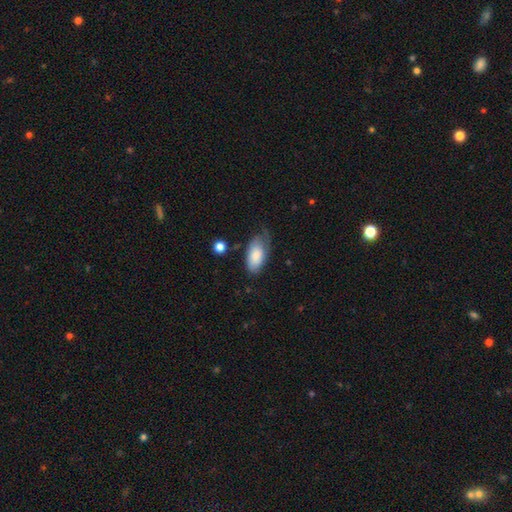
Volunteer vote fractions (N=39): Smooth or featured?
  - smooth: 77% *
  - featured or disk: 21%
  - star or artifact: 3%
How rounded?
  - in between: 87% *
  - round: 7%
  - cigar-shaped: 7%
Merging?
  - minor disturbance: 39% *
  - none: 37%
  - major disturbance: 21%
  - merger: 3%